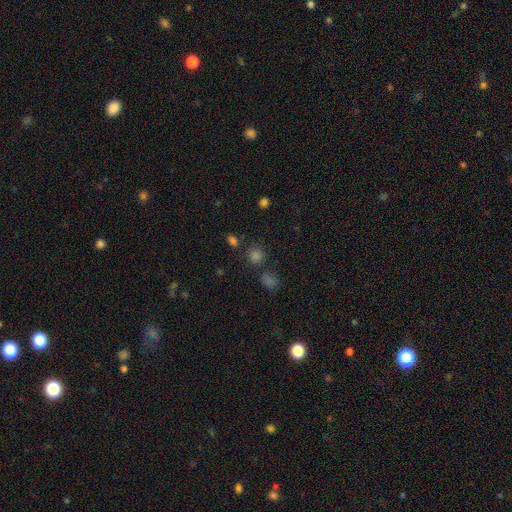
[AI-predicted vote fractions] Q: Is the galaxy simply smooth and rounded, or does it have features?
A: smooth — 68%.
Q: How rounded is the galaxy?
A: round — 84%.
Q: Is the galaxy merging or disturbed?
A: none — 76%.